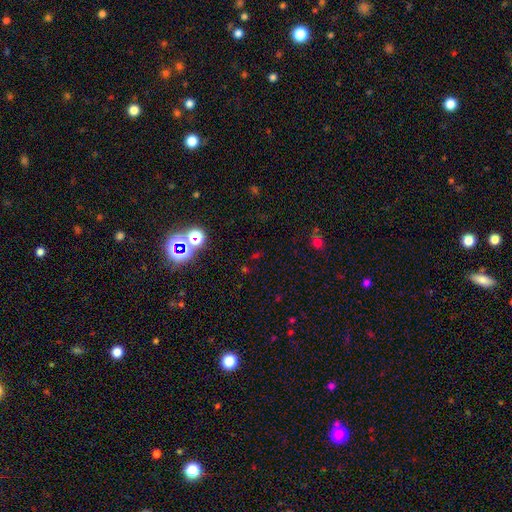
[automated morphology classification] smooth_or_featured: star or artifact (p=0.64) [alt: smooth p=0.28]